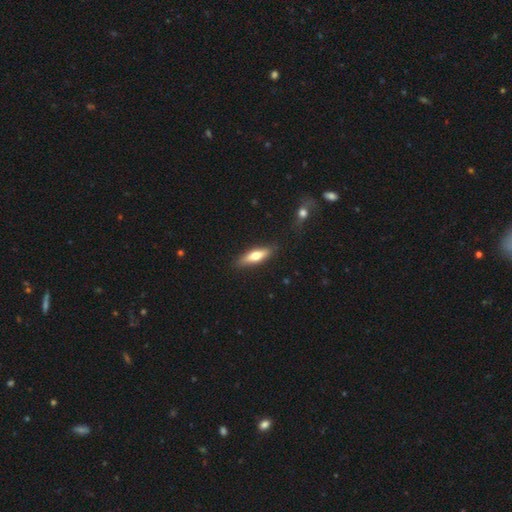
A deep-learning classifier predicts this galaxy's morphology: Smooth or featured: smooth — 58% (featured or disk — 36%)
How rounded: cigar-shaped — 59% (in between — 39%)
Merging: none — 86% (minor disturbance — 10%)